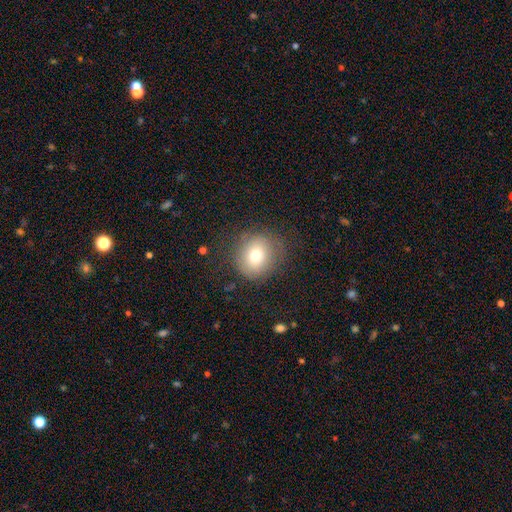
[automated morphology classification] A smooth galaxy with no disk features (73%) that is round (84%).

Vote fractions:
- Smooth or featured? smooth: 73% / featured or disk: 16% / star or artifact: 11%
- How rounded? round: 84% / in between: 15% / cigar-shaped: 1%
- Merging? none: 75% / minor disturbance: 15% / major disturbance: 8% / merger: 1%